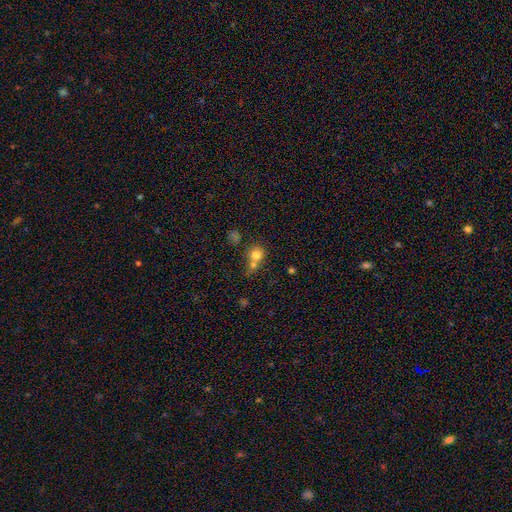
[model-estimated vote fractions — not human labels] Morphology: type=smooth (77%); roundness=round (83%); merging=merger (51%).